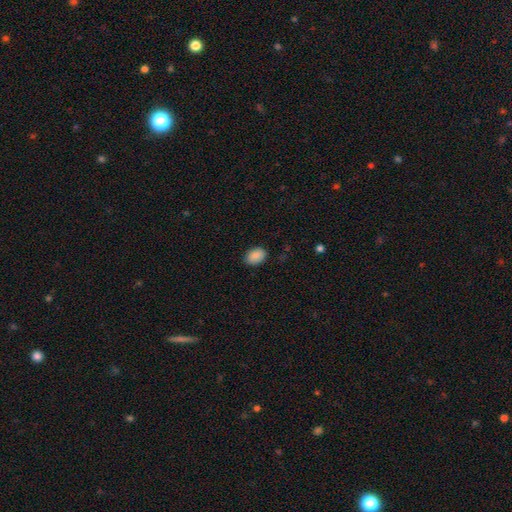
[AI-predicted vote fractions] smooth_or_featured: smooth (p=0.88) [alt: star or artifact p=0.07]
how_rounded: in between (p=0.83) [alt: round p=0.16]
merging: none (p=0.84) [alt: minor disturbance p=0.13]